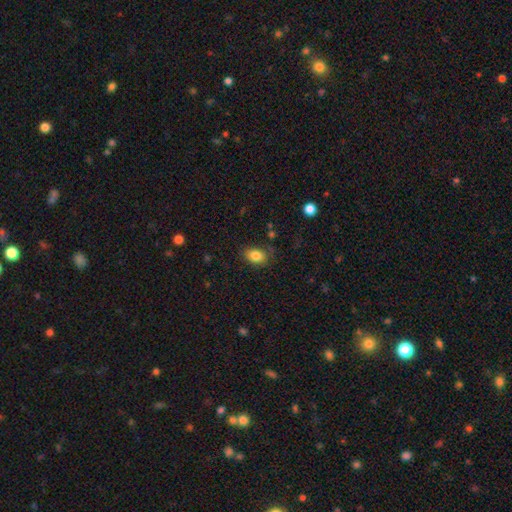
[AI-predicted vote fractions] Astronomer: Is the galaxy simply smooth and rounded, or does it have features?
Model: smooth — 84%.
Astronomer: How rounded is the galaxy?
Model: in between — 80%.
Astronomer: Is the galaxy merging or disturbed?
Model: none — 78%.